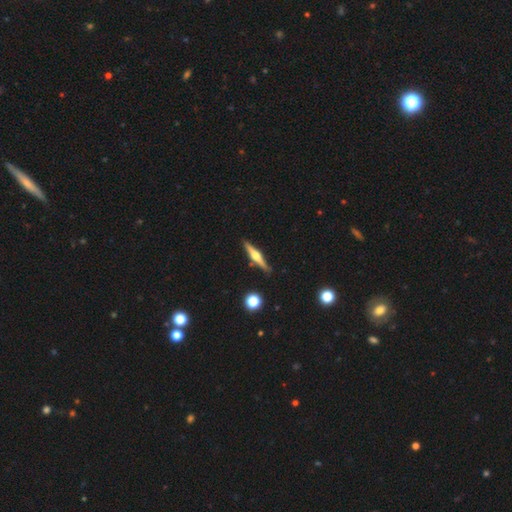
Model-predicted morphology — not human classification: featured or disk 73%, smooth 21%, star or artifact 6%. Down the decision tree: edge-on disk — yes (98%); edge-on bulge — rounded (91%); merging — none (87%).